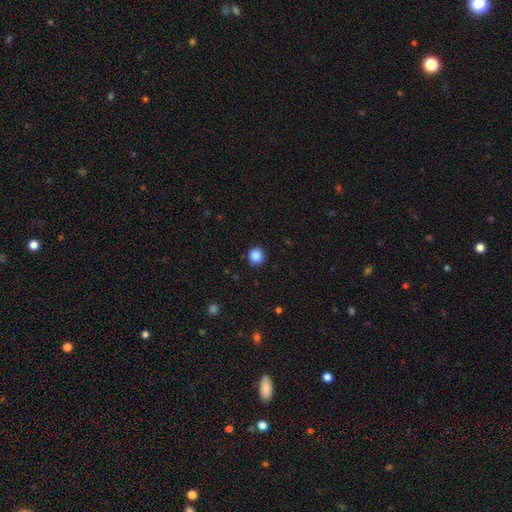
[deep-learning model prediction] Smooth or featured: smooth — 87% (star or artifact — 10%)
How rounded: round — 90% (in between — 9%)
Merging: none — 91% (minor disturbance — 6%)